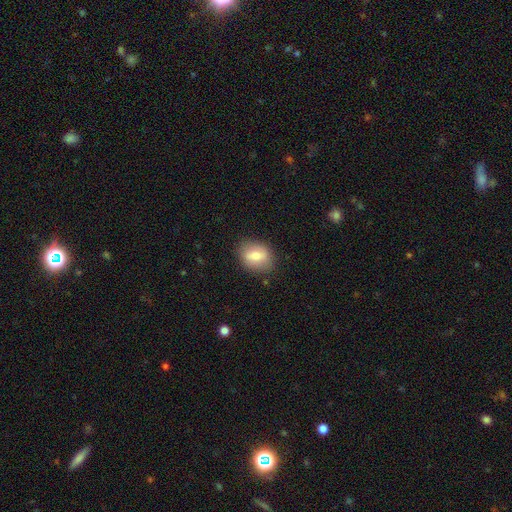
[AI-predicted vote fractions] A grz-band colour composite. It shows a smooth galaxy with no disk features (68%) that is in between round and cigar-shaped (57%). Merging: none (83%).